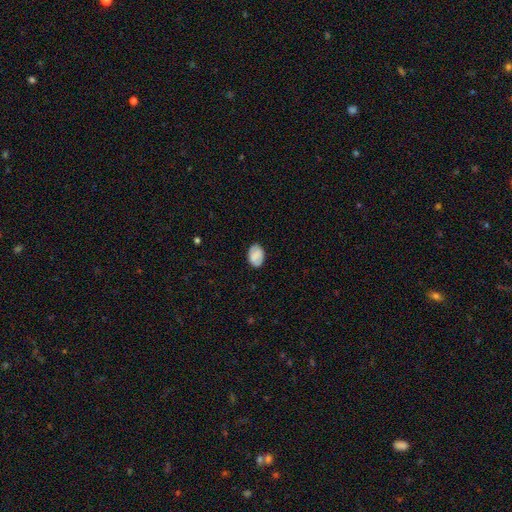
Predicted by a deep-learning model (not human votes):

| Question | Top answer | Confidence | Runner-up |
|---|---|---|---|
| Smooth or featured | smooth | 74% | featured or disk (18%) |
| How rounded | in between | 83% | round (16%) |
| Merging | none | 82% | minor disturbance (14%) |